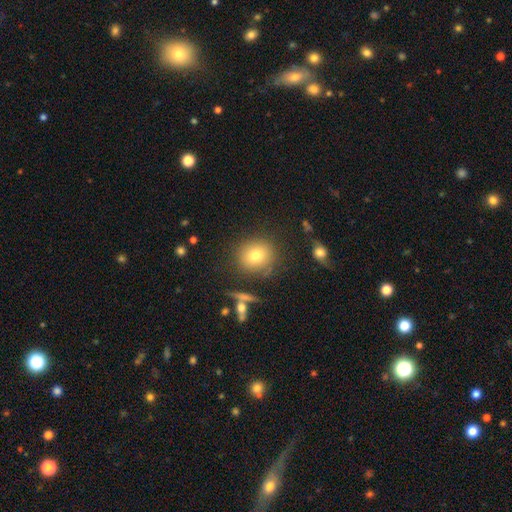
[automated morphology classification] Smooth or featured? Predicted: smooth (p=0.75). How rounded? Predicted: round (p=0.81). Merging? Predicted: none (p=0.82).